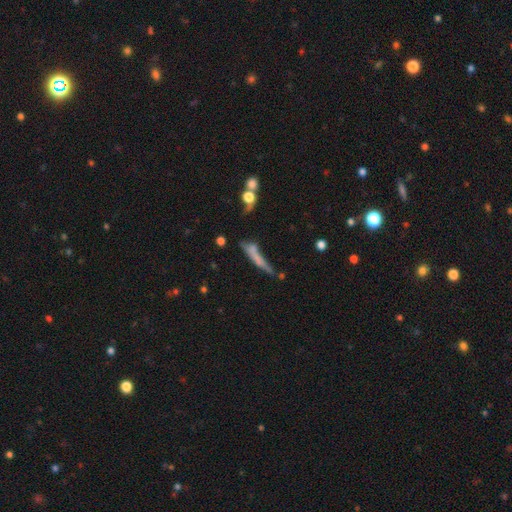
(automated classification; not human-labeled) smooth-or-featured: smooth: 56% | featured or disk: 33% | star or artifact: 11%
  how-rounded: cigar-shaped: 88% | in between: 9% | round: 3%
  merging: none: 44% | minor disturbance: 24% | merger: 17% | major disturbance: 16%